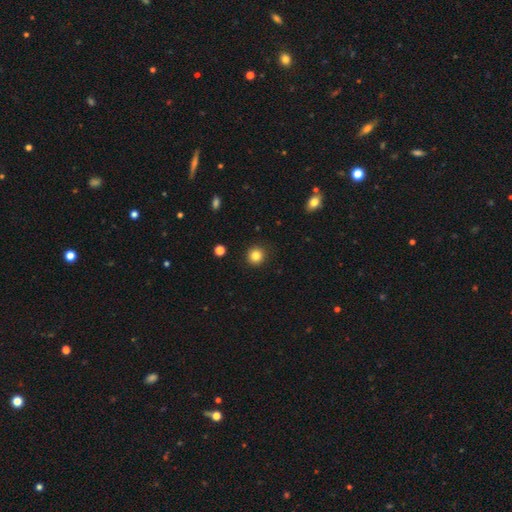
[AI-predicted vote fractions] Smooth or featured?
  - smooth: 84% *
  - star or artifact: 11%
  - featured or disk: 5%
How rounded?
  - round: 94% *
  - in between: 5%
  - cigar-shaped: 1%
Merging?
  - none: 92% *
  - minor disturbance: 5%
  - major disturbance: 2%
  - merger: 1%